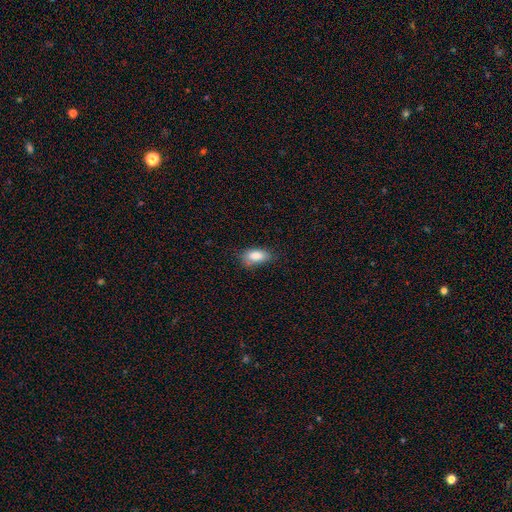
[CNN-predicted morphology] smooth-or-featured: smooth: 85% | star or artifact: 8% | featured or disk: 7%
  how-rounded: in between: 89% | cigar-shaped: 6% | round: 5%
  merging: none: 66% | minor disturbance: 26% | major disturbance: 6% | merger: 2%